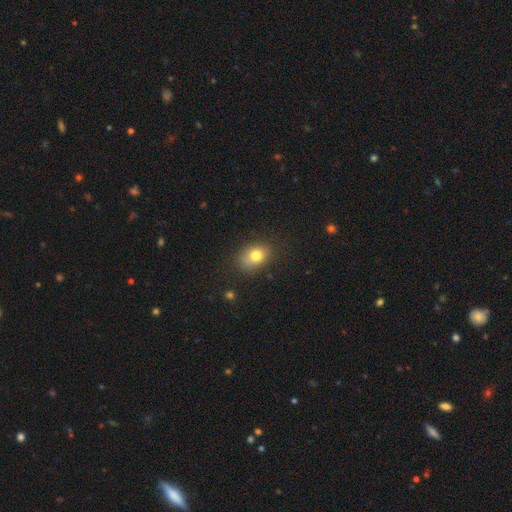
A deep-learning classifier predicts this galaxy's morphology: Smooth or featured? Predicted: smooth (p=0.77). How rounded? Predicted: in between (p=0.67). Merging? Predicted: none (p=0.71).